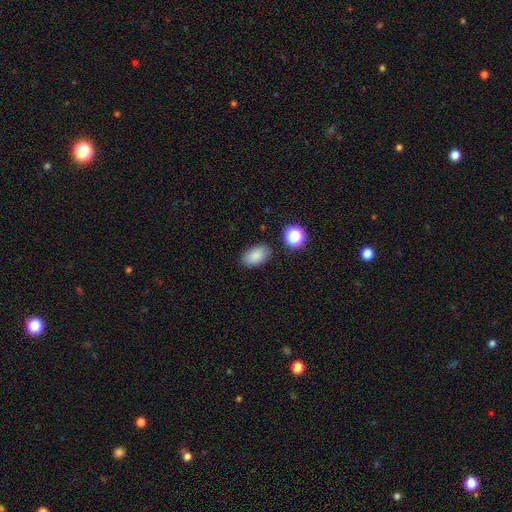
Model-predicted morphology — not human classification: Smooth or featured? Predicted: smooth (p=0.85). How rounded? Predicted: in between (p=0.90). Merging? Predicted: none (p=0.82).